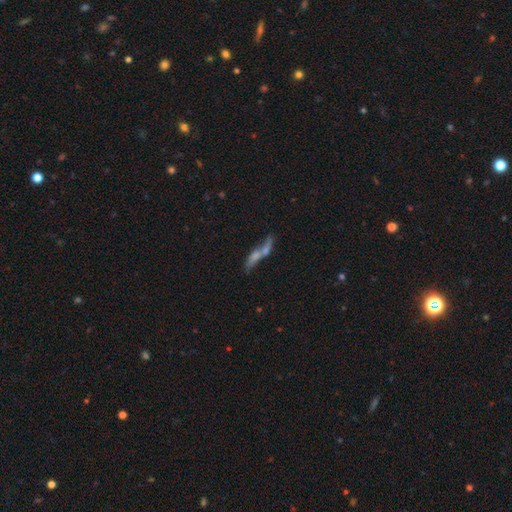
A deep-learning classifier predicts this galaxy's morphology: This appears to be a featured or disk galaxy (47%). Merging: merger (44%).